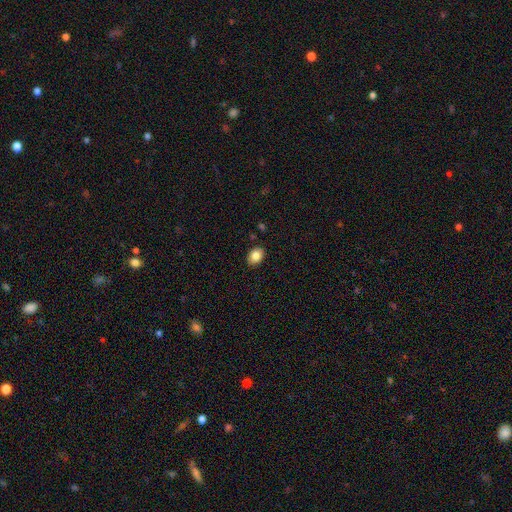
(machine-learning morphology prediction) A smooth galaxy with no disk features (84%) that is in between round and cigar-shaped (76%). Merging: none (88%).